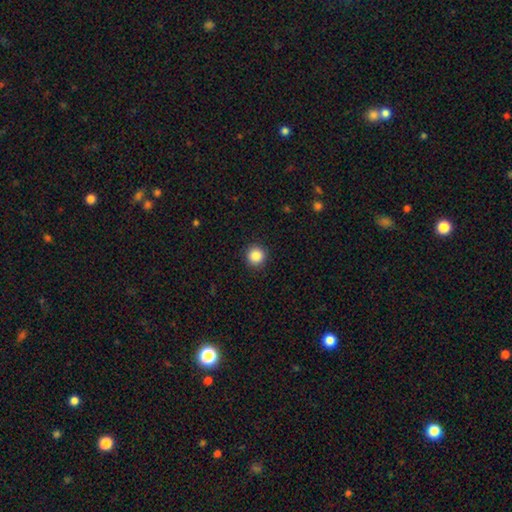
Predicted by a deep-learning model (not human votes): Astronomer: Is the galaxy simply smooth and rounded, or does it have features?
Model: smooth — 87%.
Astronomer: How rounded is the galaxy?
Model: round — 95%.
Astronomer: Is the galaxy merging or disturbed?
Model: none — 91%.